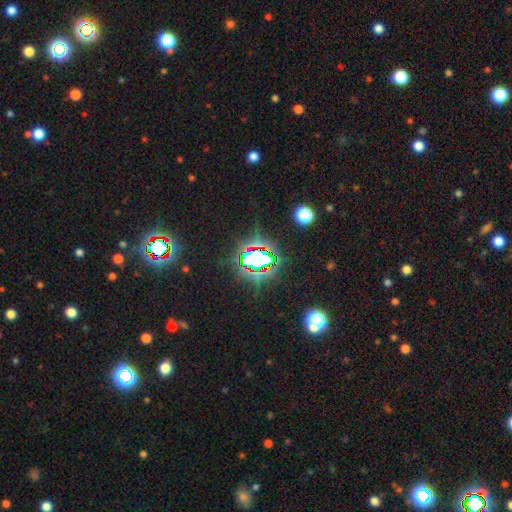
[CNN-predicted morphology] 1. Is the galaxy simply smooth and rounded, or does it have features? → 75% star or artifact, 15% smooth, 10% featured or disk.